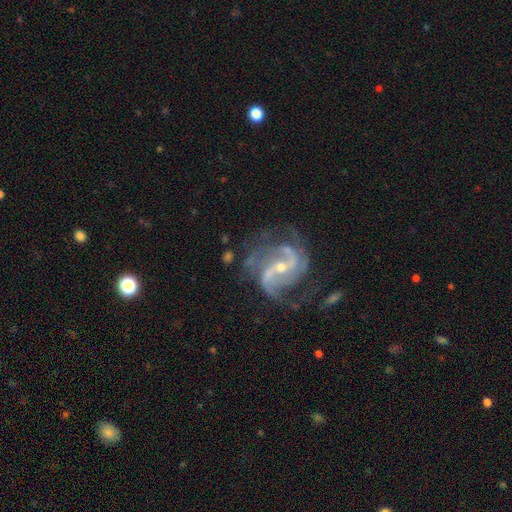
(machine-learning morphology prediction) The model was most divided on "bar": weak: 42%, strong: 34%, no: 24%. More confident: edge-on disk — no (97%); spiral arms — yes (97%); smooth or featured — featured or disk (88%); spiral arm count — 2 (66%); bulge size — small (66%); merging — none (63%); spiral winding — medium (50%).